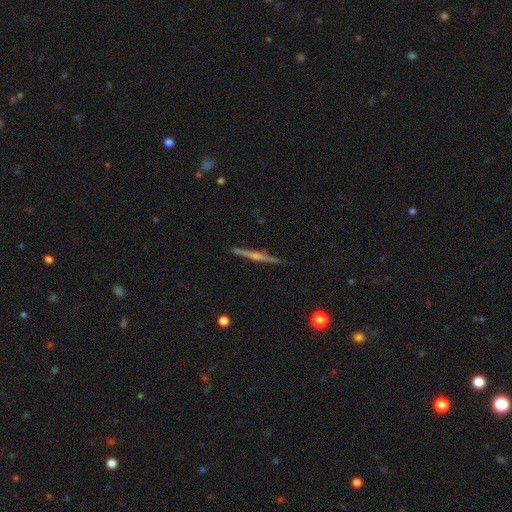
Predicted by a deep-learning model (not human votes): Overall: featured or disk (66%). Edge-on disk: yes (94%). Edge-on bulge: rounded (74%). Merging: none (86%).